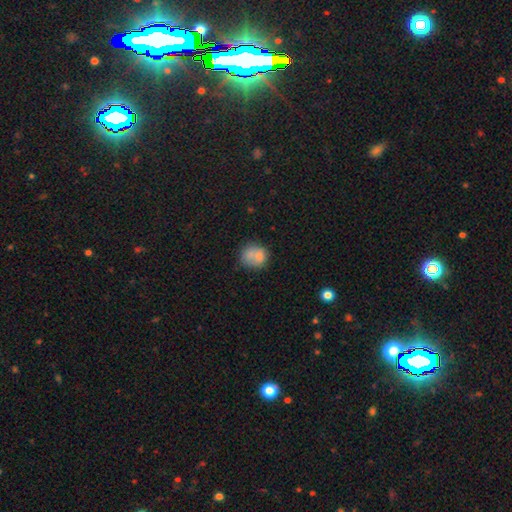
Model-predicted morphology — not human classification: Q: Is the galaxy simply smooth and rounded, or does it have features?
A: smooth — 75%.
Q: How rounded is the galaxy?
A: round — 75%.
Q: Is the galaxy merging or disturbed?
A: none — 49%.